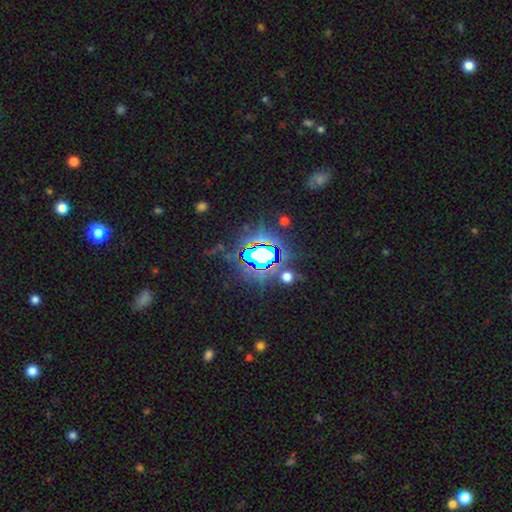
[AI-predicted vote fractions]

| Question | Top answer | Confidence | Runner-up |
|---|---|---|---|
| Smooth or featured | star or artifact | 75% | smooth (13%) |